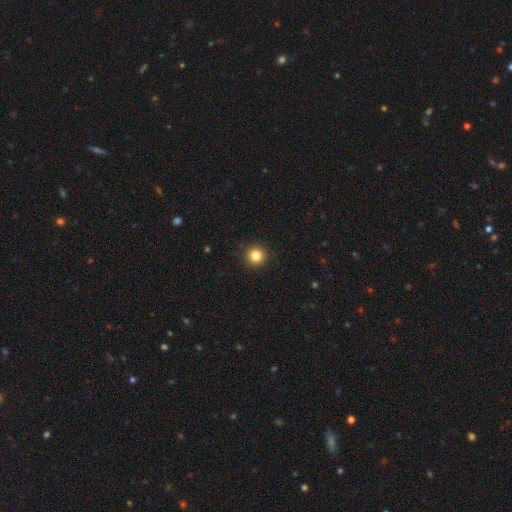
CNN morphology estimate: smooth-or-featured: smooth: 83% | star or artifact: 11% | featured or disk: 5%
  how-rounded: round: 95% | in between: 4% | cigar-shaped: 1%
  merging: none: 92% | minor disturbance: 5% | major disturbance: 2% | merger: 1%